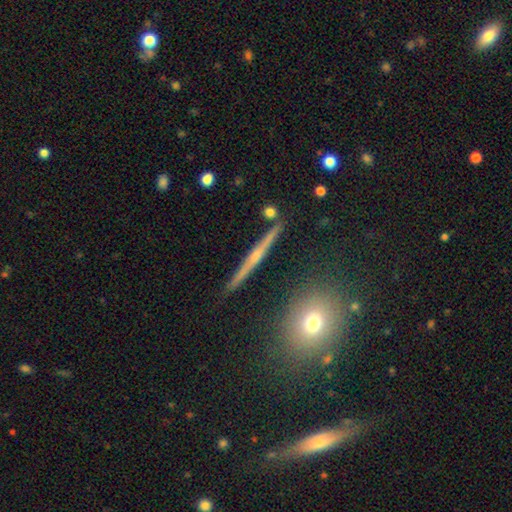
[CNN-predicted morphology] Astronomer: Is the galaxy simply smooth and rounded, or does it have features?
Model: featured or disk — 73%.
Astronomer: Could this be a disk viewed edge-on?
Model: yes — 97%.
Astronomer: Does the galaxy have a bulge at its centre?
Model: rounded — 71%.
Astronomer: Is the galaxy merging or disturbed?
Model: none — 90%.